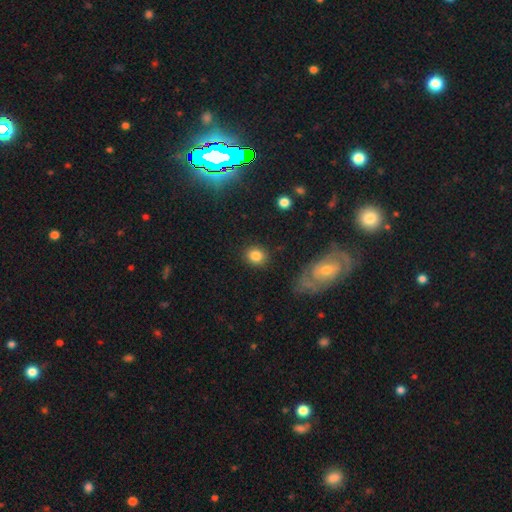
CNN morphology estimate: This is clearly a smooth galaxy (84%). How rounded: likely round (77%). Merging: clearly none (87%).